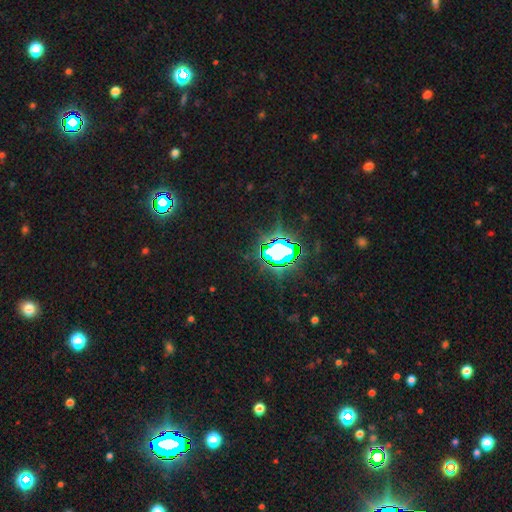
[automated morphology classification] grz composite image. It shows a star or artifact, not a galaxy (80%).